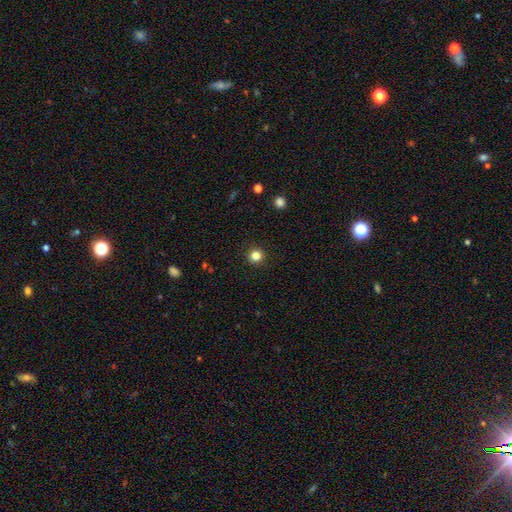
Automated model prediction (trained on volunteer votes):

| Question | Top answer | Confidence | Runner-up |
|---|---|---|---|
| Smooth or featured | smooth | 83% | star or artifact (12%) |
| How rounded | round | 95% | in between (4%) |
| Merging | none | 93% | minor disturbance (5%) |